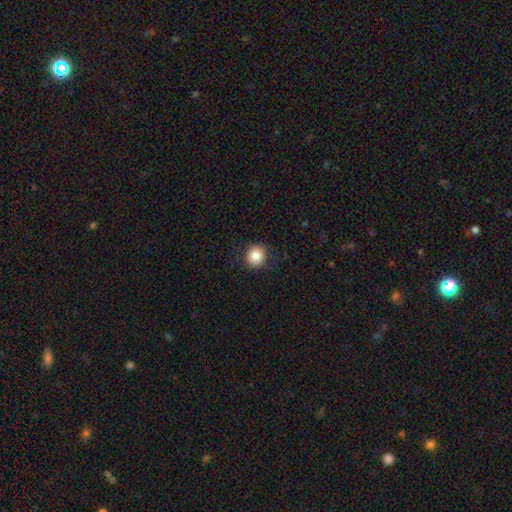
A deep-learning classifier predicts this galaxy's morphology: This is clearly a smooth galaxy (86%). How rounded: clearly round (88%). Merging: clearly none (86%).